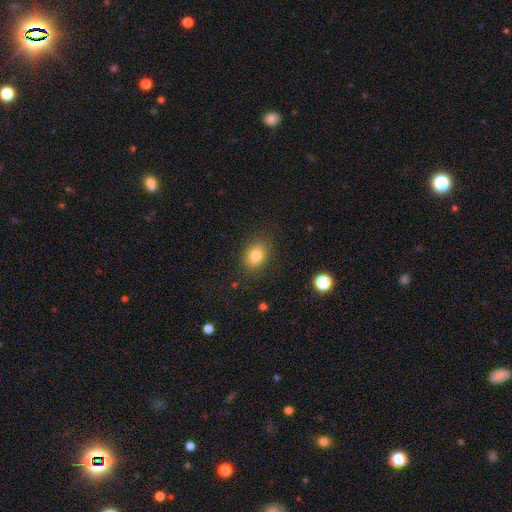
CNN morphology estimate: Overall: smooth (82%). How rounded: in between (62%; round 37%). Merging: none (84%).